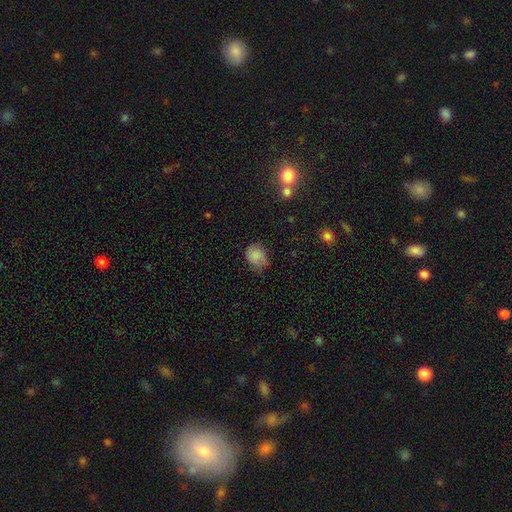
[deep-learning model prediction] smooth 81%, star or artifact 10%, featured or disk 9%. Down the decision tree: how rounded — round (51%); merging — none (53%).